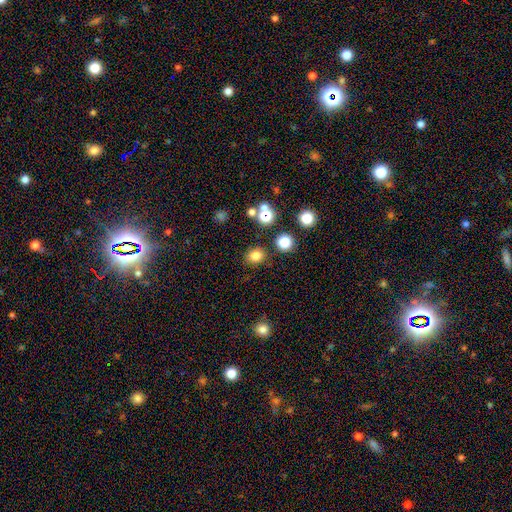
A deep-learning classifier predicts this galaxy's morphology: Q: Smooth or featured?
A: smooth (79%); runner-up: star or artifact (16%)
Q: How rounded?
A: round (73%); runner-up: in between (26%)
Q: Merging?
A: none (83%); runner-up: minor disturbance (9%)